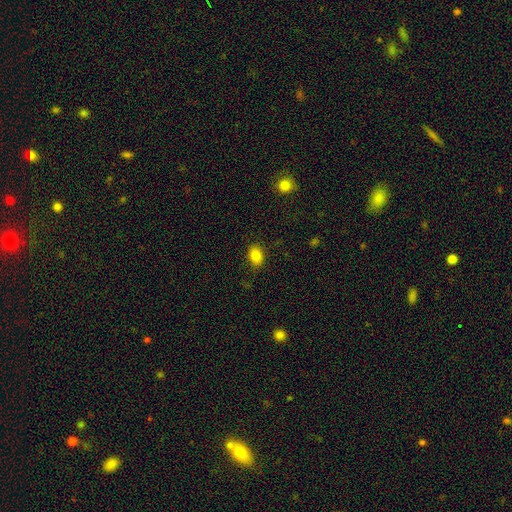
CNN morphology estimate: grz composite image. It shows a smooth galaxy with no disk features (84%) that is in between round and cigar-shaped (74%). Merging: none (85%).